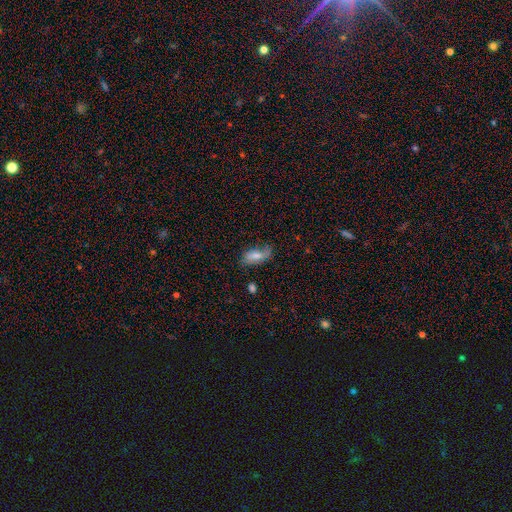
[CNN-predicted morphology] Overall: smooth (66%). How rounded: in between (84%). Merging: none (62%; minor disturbance 27%).